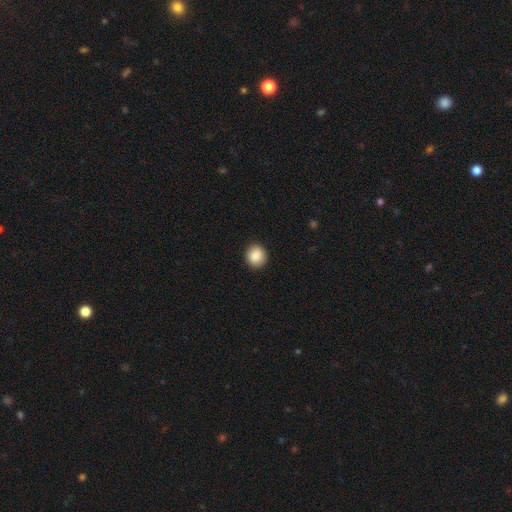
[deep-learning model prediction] Morphology: type=smooth (88%); roundness=round (84%); merging=none (91%).